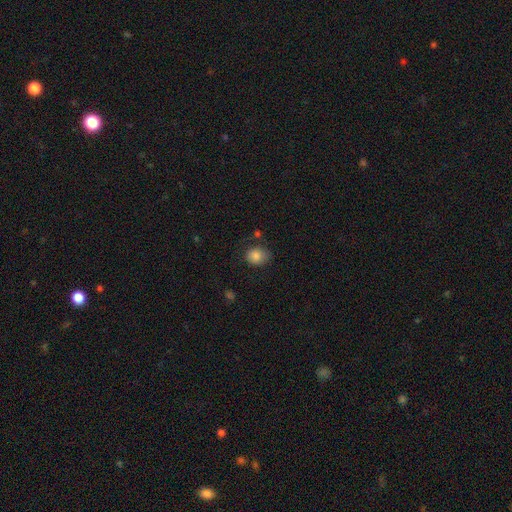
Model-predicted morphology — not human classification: Overall: smooth (85%). How rounded: round (55%; in between 44%). Merging: none (67%).